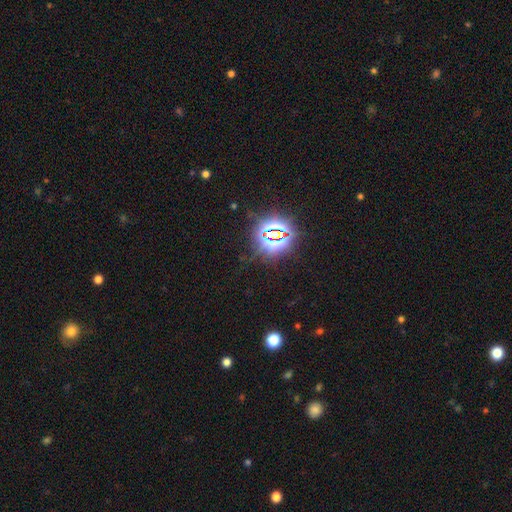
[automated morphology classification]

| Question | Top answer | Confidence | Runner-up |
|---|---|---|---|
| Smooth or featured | star or artifact | 83% | smooth (11%) |